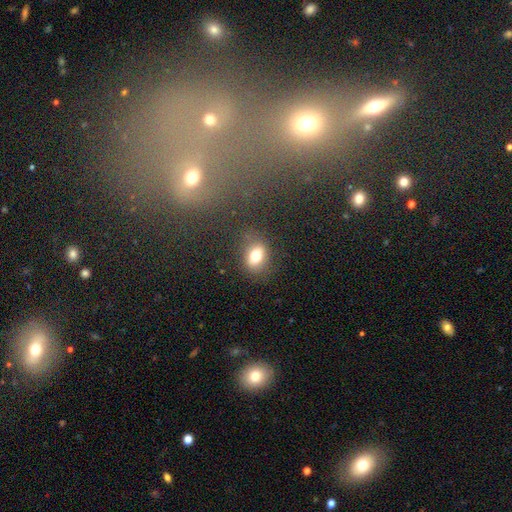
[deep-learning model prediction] Smooth or featured? smooth (73%)
How rounded? in between (69%)
Merging? none (75%)